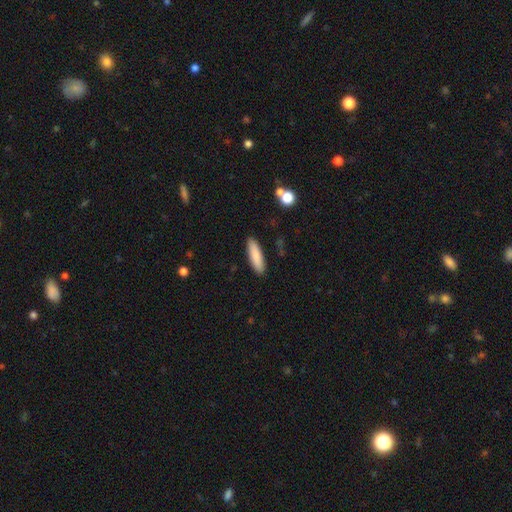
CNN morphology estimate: A smooth galaxy with no disk features (85%) that is cigar-shaped (66%). Merging: none (89%).